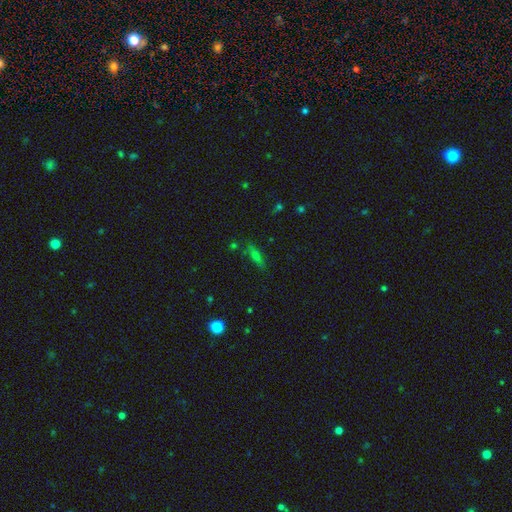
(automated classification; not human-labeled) Smooth or featured?
  - smooth: 49% *
  - featured or disk: 33%
  - star or artifact: 18%
Merging?
  - none: 80% *
  - minor disturbance: 13%
  - major disturbance: 4%
  - merger: 3%